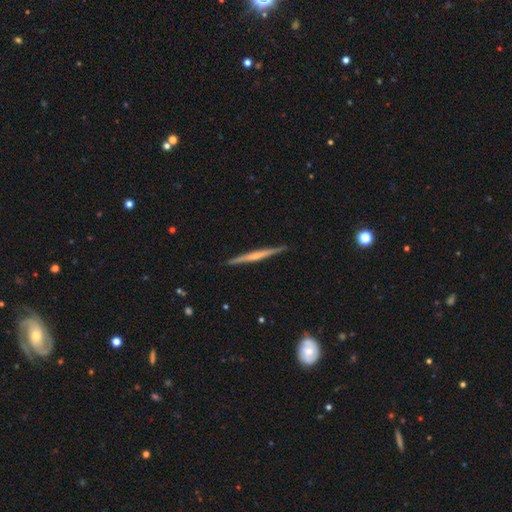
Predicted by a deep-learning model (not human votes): This appears to be a featured or disk galaxy (64%) viewed edge-on (98%) with no central bulge (50%). Merging: none (91%).